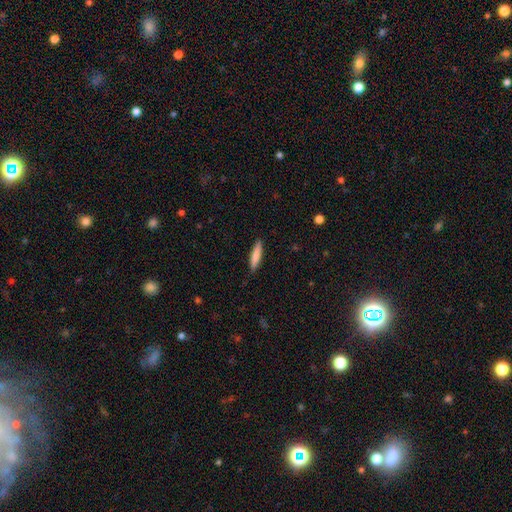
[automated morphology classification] smooth_or_featured: smooth (p=0.79) [alt: featured or disk p=0.15]
how_rounded: cigar-shaped (p=0.84) [alt: in between p=0.15]
merging: none (p=0.88) [alt: minor disturbance p=0.09]